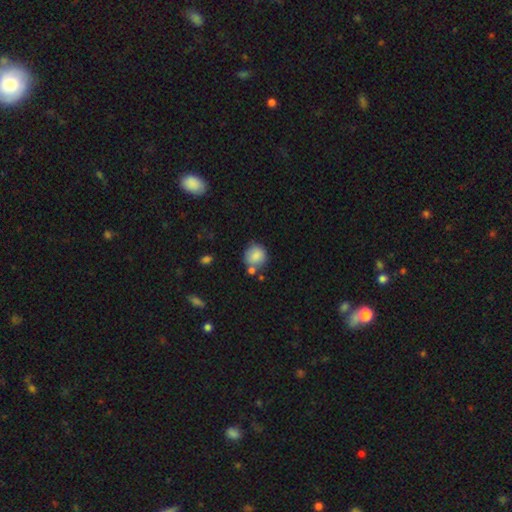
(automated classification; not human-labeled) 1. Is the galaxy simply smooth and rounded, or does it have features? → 83% smooth, 9% featured or disk, 8% star or artifact.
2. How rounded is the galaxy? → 88% round, 11% in between, 1% cigar-shaped.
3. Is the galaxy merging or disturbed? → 65% none, 16% minor disturbance, 15% merger, 4% major disturbance.